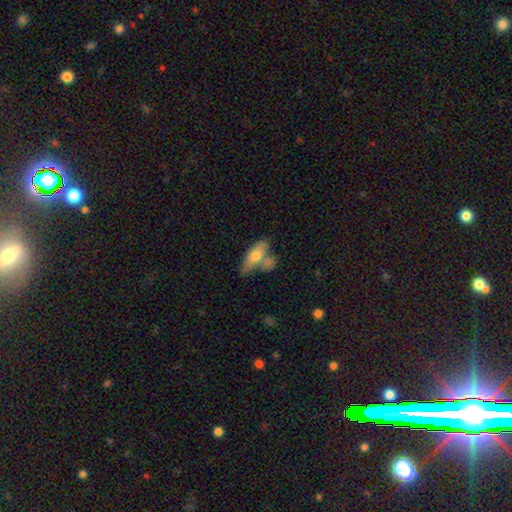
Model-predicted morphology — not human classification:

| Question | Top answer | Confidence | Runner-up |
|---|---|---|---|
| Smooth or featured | smooth | 63% | featured or disk (31%) |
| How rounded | in between | 76% | cigar-shaped (20%) |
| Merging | merger | 37% | none (36%) |